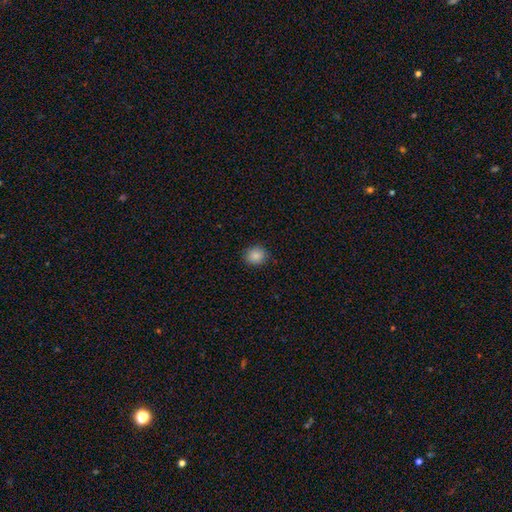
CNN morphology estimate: A smooth galaxy with no disk features (86%) that is round (82%). Merging: none (89%).